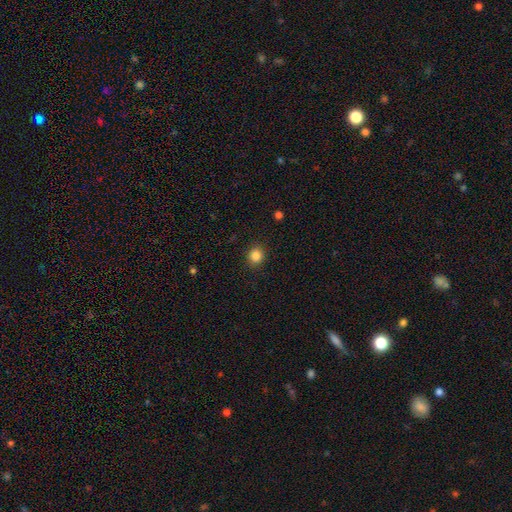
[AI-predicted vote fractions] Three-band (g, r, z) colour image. It shows a smooth galaxy with no disk features (85%) that is round (87%). Merging: none (90%).